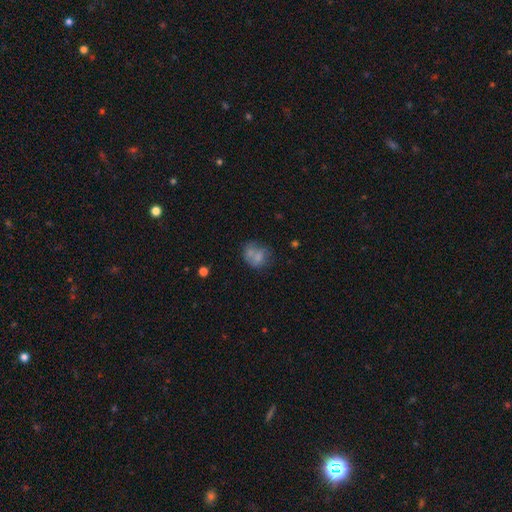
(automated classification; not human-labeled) This appears to be a smooth galaxy with no disk features (63%) that is round (57%). Merging: none (34%).